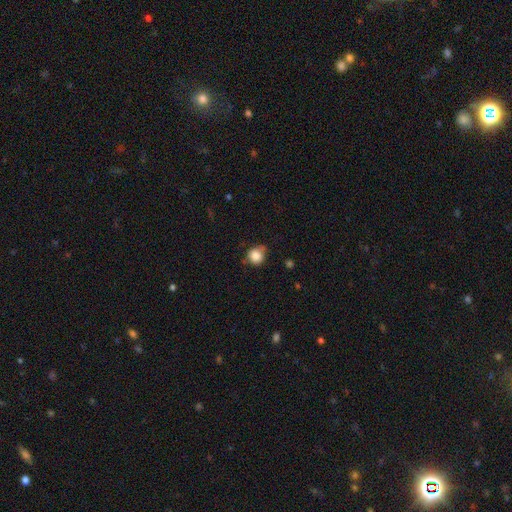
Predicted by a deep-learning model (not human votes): smooth_or_featured: smooth (p=0.85) [alt: star or artifact p=0.10]
how_rounded: round (p=0.85) [alt: in between p=0.14]
merging: none (p=0.62) [alt: minor disturbance p=0.28]